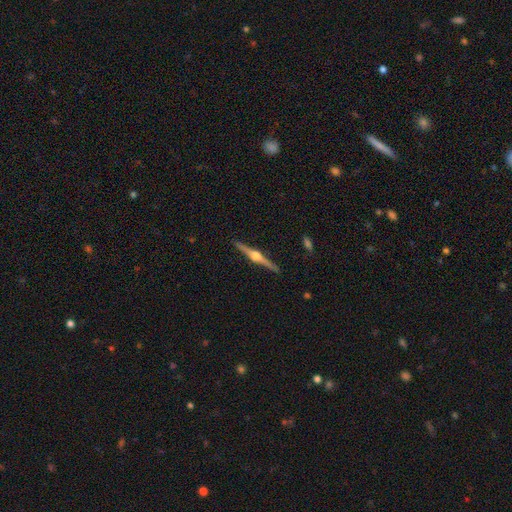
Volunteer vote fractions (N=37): Smooth or featured: featured or disk — 97% (star or artifact — 3%)
Edge-on disk: yes — 100%
Edge-on bulge: rounded — 100%
Merging: none — 92% (minor disturbance — 6%)